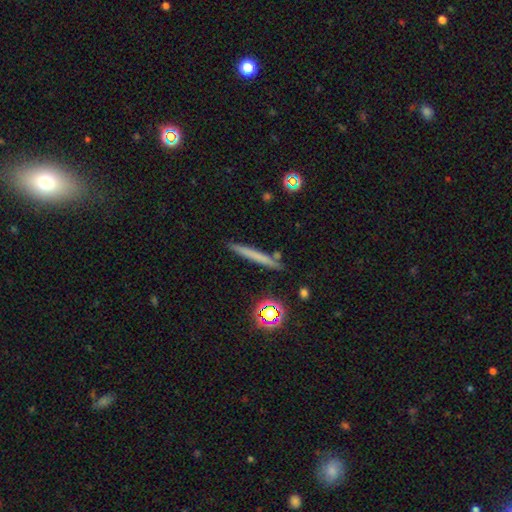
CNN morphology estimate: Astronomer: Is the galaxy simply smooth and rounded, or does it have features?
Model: smooth — 60%.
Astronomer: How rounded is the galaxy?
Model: cigar-shaped — 95%.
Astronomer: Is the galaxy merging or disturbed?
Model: none — 88%.